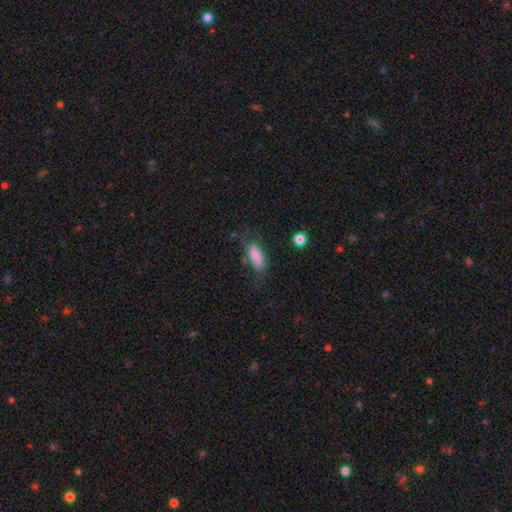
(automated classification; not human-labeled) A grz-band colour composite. It shows a smooth galaxy with no disk features (80%) that is in between round and cigar-shaped (81%). Merging: none (58%).